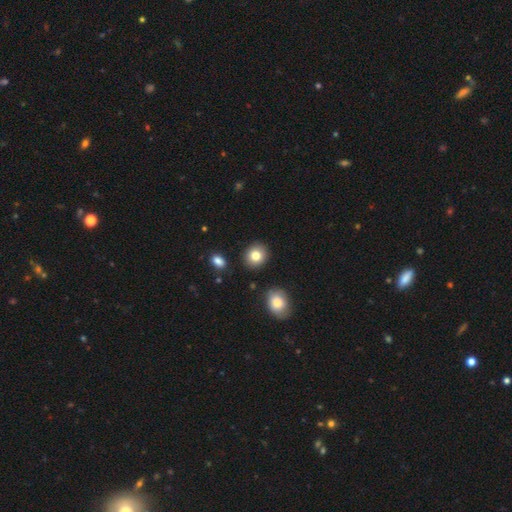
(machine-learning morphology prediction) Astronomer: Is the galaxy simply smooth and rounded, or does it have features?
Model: smooth — 82%.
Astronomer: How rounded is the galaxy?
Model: round — 74%.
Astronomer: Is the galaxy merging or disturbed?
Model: none — 88%.